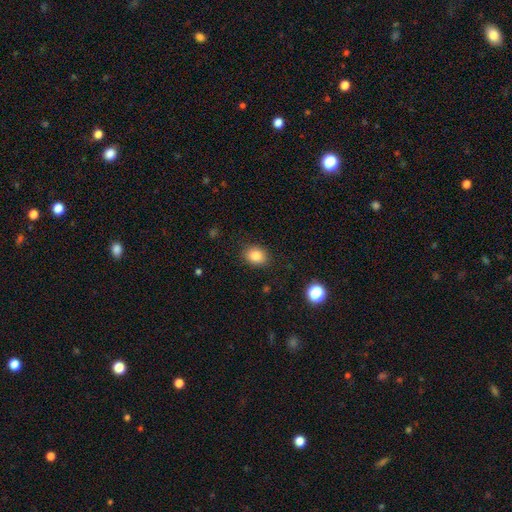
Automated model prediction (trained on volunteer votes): smooth 85%, star or artifact 10%, featured or disk 6%. Down the decision tree: how rounded — in between (54%); merging — none (86%).